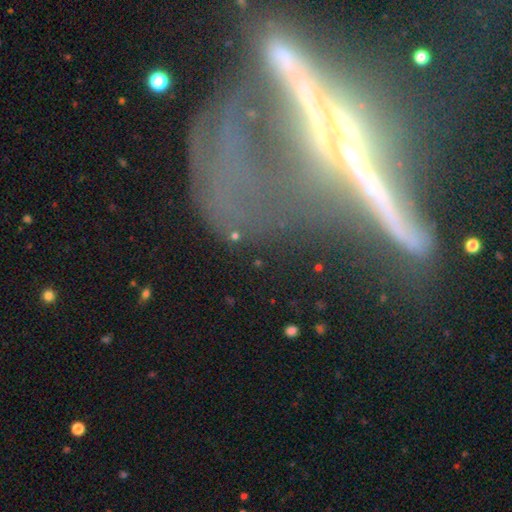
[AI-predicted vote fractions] Smooth or featured?
  - featured or disk: 61% *
  - star or artifact: 25%
  - smooth: 14%
Edge-on disk?
  - yes: 70% *
  - no: 30%
Merging?
  - none: 43% *
  - major disturbance: 27%
  - minor disturbance: 16%
  - merger: 15%